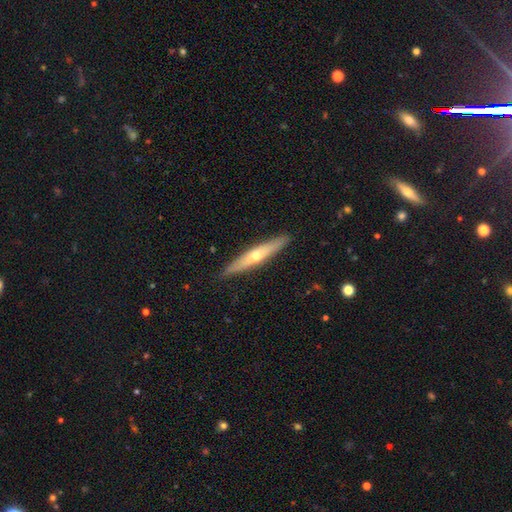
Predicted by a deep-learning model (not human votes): featured or disk 60%, smooth 34%, star or artifact 6%. Down the decision tree: edge-on disk — yes (91%); edge-on bulge — rounded (84%); merging — none (90%).